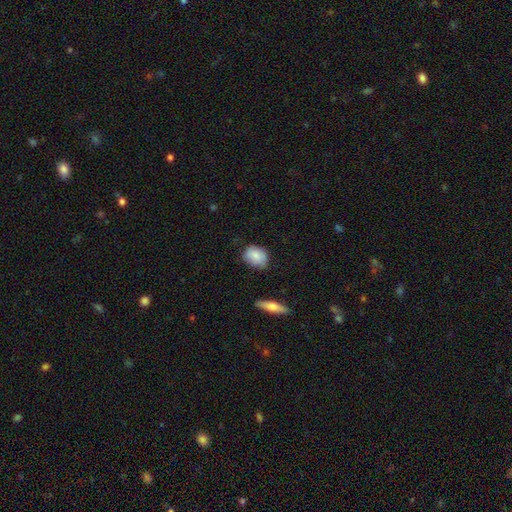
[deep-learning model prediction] smooth 83%, featured or disk 11%, star or artifact 6%. Down the decision tree: how rounded — in between (63%); merging — none (73%).